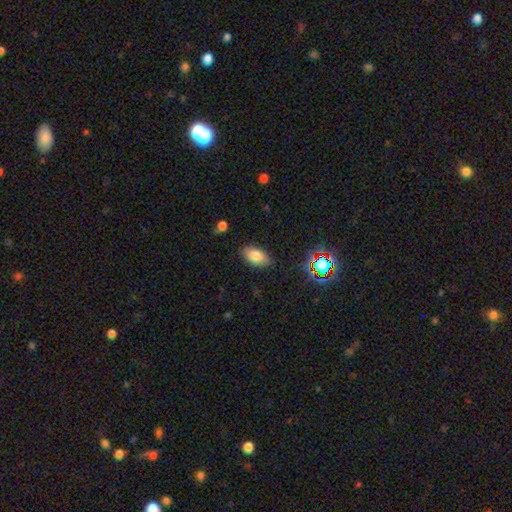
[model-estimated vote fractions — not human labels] Smooth or featured: smooth — 80% (featured or disk — 10%)
How rounded: in between — 92% (round — 5%)
Merging: none — 83% (minor disturbance — 13%)